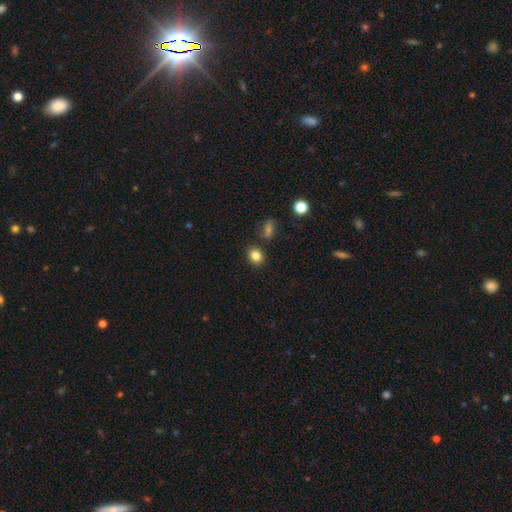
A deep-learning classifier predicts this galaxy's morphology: The model was most divided on "how rounded": round: 67%, in between: 32%, cigar-shaped: 1%. More confident: merging — none (84%); smooth or featured — smooth (83%).